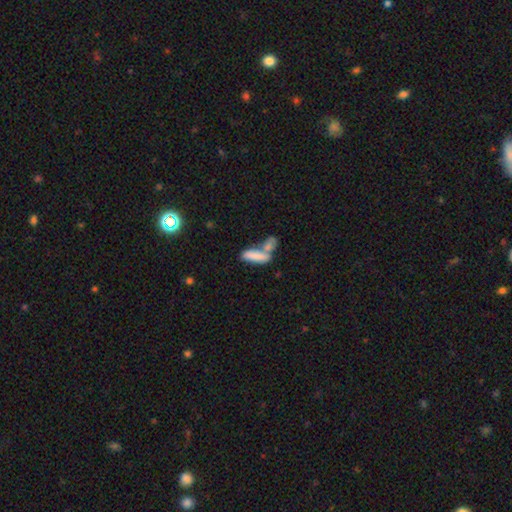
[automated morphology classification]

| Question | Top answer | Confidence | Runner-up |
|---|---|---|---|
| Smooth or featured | smooth | 79% | featured or disk (13%) |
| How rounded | cigar-shaped | 52% | in between (45%) |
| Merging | merger | 53% | none (31%) |